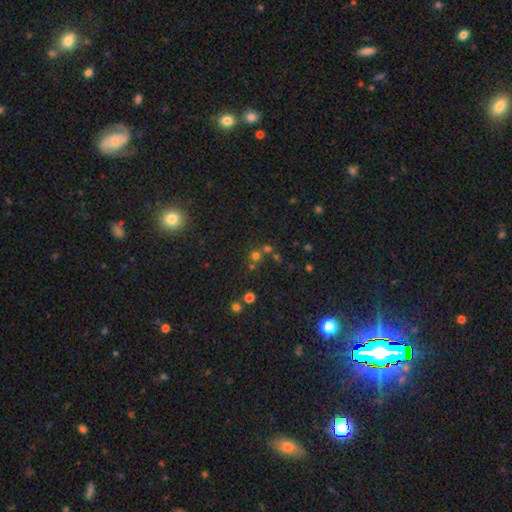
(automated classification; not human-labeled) smooth 58%, star or artifact 33%, featured or disk 9%. Down the decision tree: how rounded — round (90%); merging — none (64%).